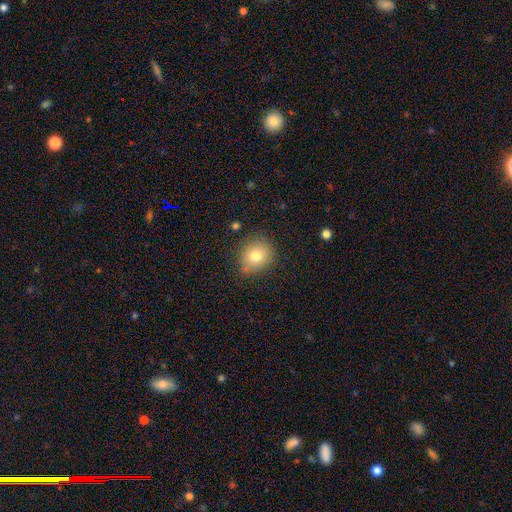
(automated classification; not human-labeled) Overall: smooth (77%). How rounded: round (76%). Merging: none (81%).